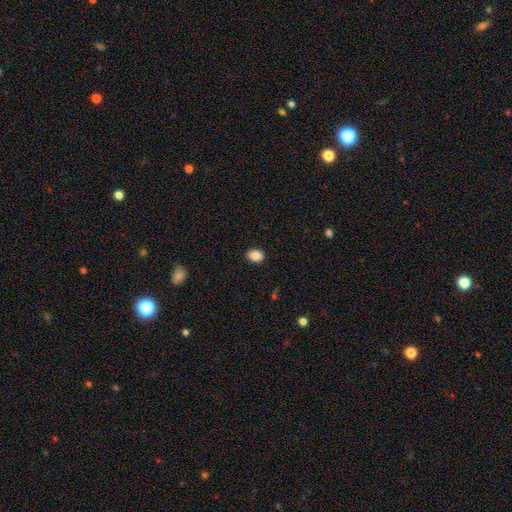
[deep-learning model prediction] A smooth galaxy with no disk features (87%) that is in between round and cigar-shaped (60%). Merging: none (89%).